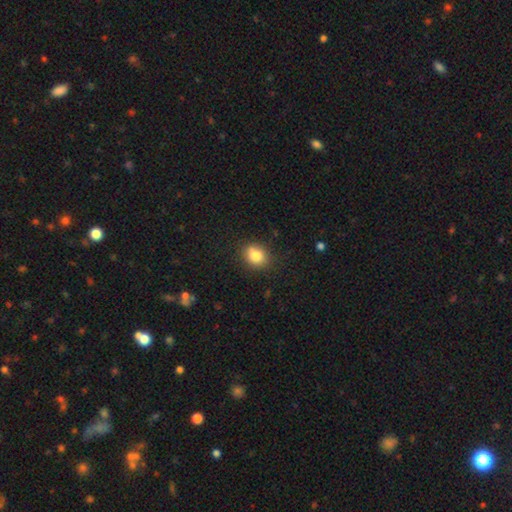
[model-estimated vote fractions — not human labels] smooth 82%, star or artifact 10%, featured or disk 8%. Down the decision tree: how rounded — round (55%); merging — none (77%).